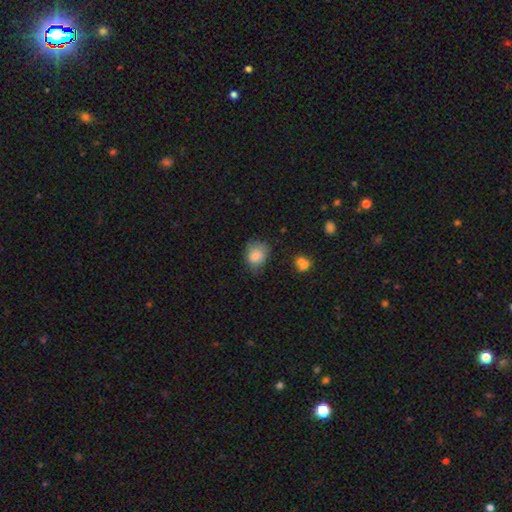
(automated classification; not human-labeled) The model was most divided on "how rounded": round: 53%, in between: 46%, cigar-shaped: 1%. More confident: smooth or featured — smooth (79%); merging — none (58%).